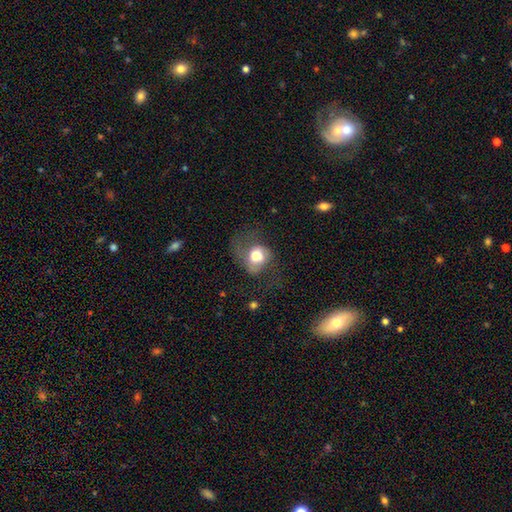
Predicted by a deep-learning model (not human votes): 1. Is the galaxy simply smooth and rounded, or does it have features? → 60% smooth, 30% featured or disk, 9% star or artifact.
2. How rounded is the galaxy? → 52% round, 47% in between, 1% cigar-shaped.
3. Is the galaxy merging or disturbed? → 40% major disturbance, 34% none, 23% minor disturbance, 2% merger.